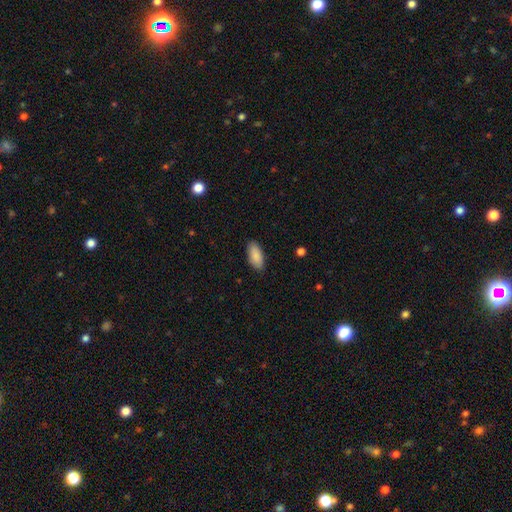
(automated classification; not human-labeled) This appears to be a smooth galaxy with no disk features (89%) that is in between round and cigar-shaped (90%). Merging: none (86%).